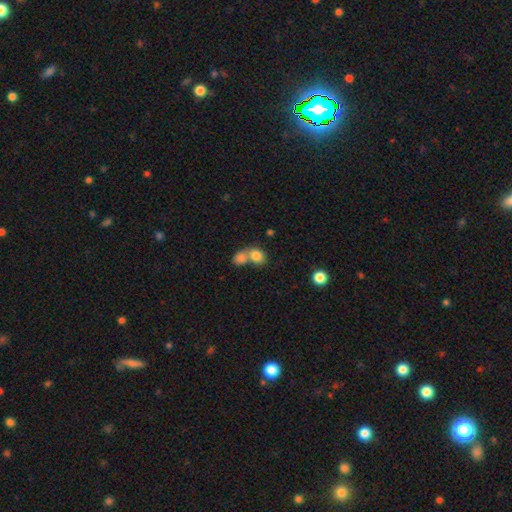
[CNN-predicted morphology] smooth 82%, featured or disk 9%, star or artifact 9%. Down the decision tree: how rounded — in between (50%); merging — merger (62%).